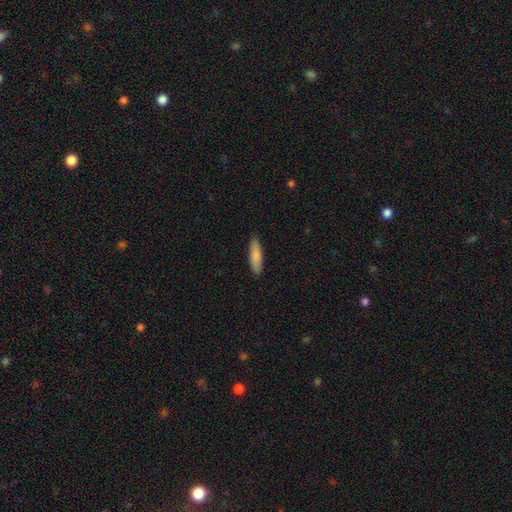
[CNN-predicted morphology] type=smooth (85%); roundness=cigar-shaped (69%); merging=none (89%).